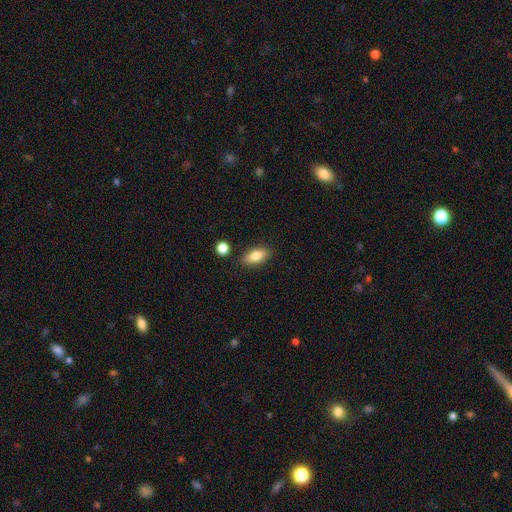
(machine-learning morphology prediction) Overall: smooth (81%). How rounded: in between (85%). Merging: none (85%).